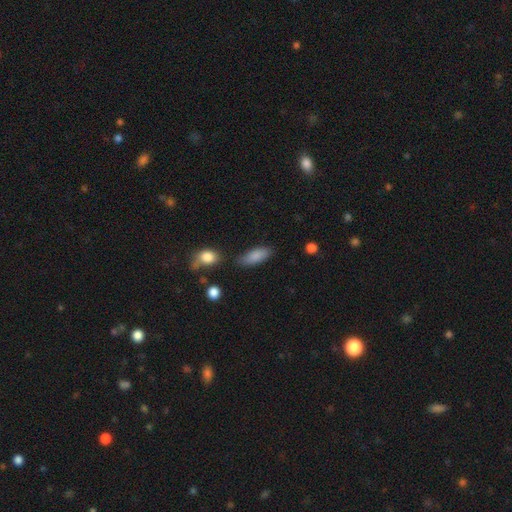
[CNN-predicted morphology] type=smooth (85%); roundness=in between (78%); merging=none (73%).